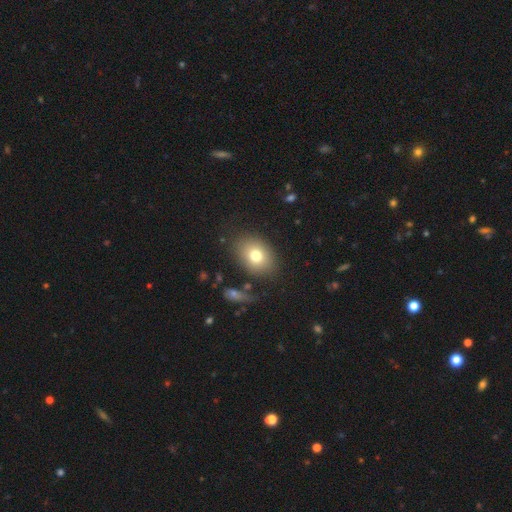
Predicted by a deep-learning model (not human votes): Morphology: type=smooth (75%); roundness=in between (67%); merging=none (80%).